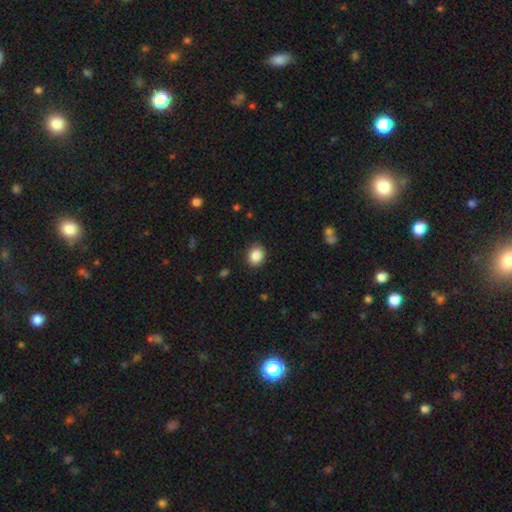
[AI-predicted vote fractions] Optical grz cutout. It shows a smooth galaxy with no disk features (88%) that is round (62%). Merging: none (89%).